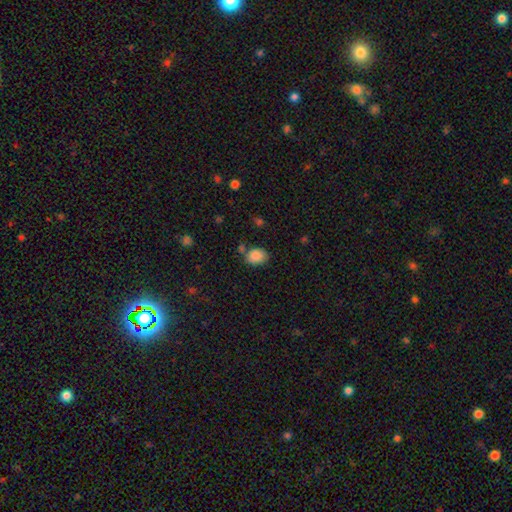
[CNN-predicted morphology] A smooth galaxy with no disk features (87%) that is in between round and cigar-shaped (60%).

Vote fractions:
- Smooth or featured? smooth: 87% / star or artifact: 9% / featured or disk: 4%
- How rounded? in between: 60% / round: 39% / cigar-shaped: 1%
- Merging? none: 71% / minor disturbance: 17% / merger: 8% / major disturbance: 5%